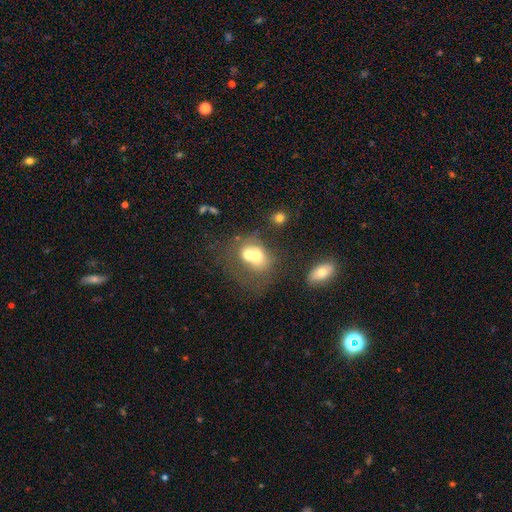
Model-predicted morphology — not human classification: The model was most divided on "how rounded": round: 53%, in between: 46%, cigar-shaped: 1%. More confident: merging — merger (69%); smooth or featured — smooth (59%).